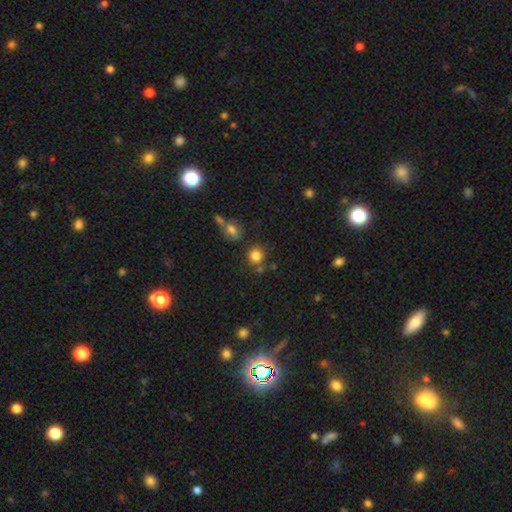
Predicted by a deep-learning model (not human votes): smooth 81%, star or artifact 12%, featured or disk 7%. Down the decision tree: how rounded — round (89%); merging — none (72%).